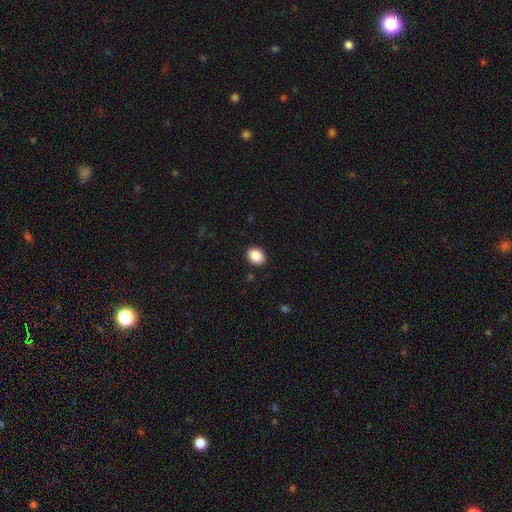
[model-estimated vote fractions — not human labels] Smooth or featured?
  - smooth: 89% *
  - star or artifact: 8%
  - featured or disk: 3%
How rounded?
  - in between: 55% *
  - round: 44%
  - cigar-shaped: 1%
Merging?
  - none: 90% *
  - minor disturbance: 7%
  - major disturbance: 2%
  - merger: 1%